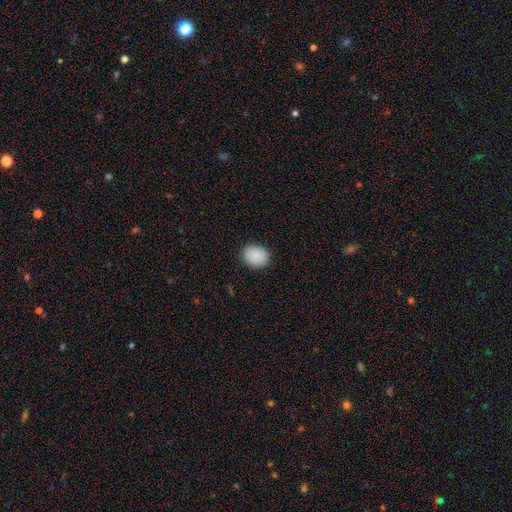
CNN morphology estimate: Overall: smooth (89%). How rounded: round (50%; in between 49%). Merging: none (89%).